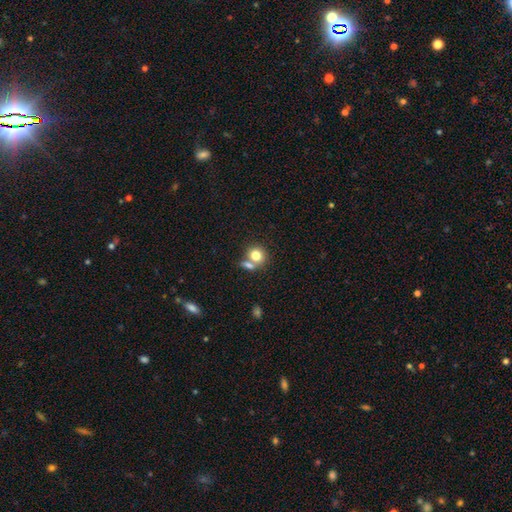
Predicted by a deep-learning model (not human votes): This is likely a smooth galaxy (78%). How rounded: likely round (77%). Merging: possibly none (49%).